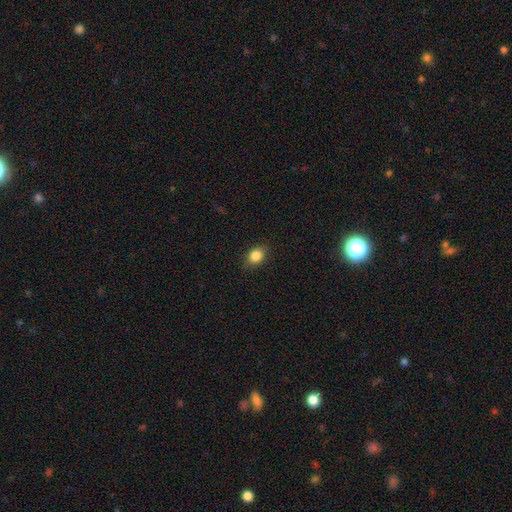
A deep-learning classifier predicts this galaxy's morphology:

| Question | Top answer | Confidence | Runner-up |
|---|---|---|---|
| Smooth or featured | smooth | 86% | star or artifact (9%) |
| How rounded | in between | 56% | round (43%) |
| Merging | none | 86% | minor disturbance (10%) |